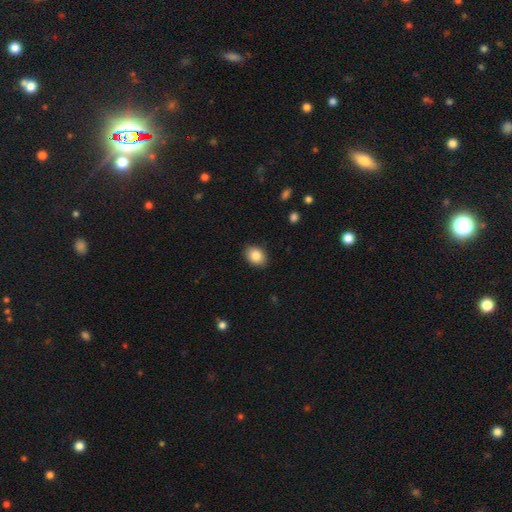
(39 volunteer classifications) Smooth or featured?
  - smooth: 92% *
  - featured or disk: 8%
  - star or artifact: 0%
How rounded?
  - in between: 67% *
  - round: 33%
  - cigar-shaped: 0%
Merging?
  - none: 69% *
  - minor disturbance: 21%
  - major disturbance: 8%
  - merger: 3%